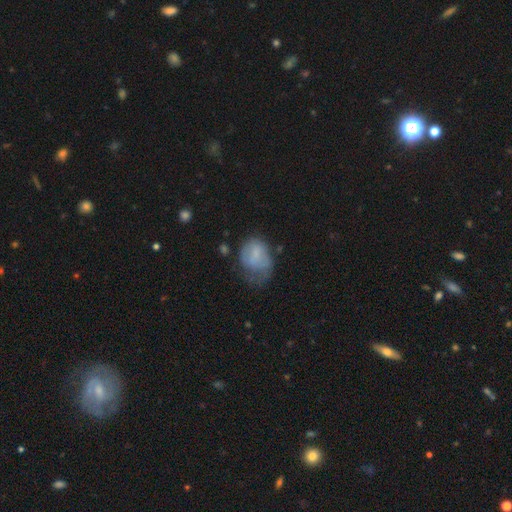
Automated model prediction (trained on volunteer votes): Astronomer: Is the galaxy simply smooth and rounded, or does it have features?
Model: smooth — 63%.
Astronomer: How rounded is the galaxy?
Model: in between — 60% (runner-up: round, 39%).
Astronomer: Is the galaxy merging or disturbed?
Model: major disturbance — 35% (runner-up: minor disturbance, 32%).